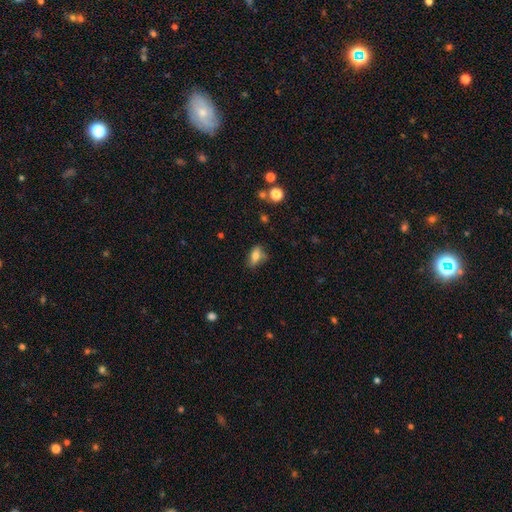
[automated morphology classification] type=smooth (72%); roundness=in between (82%); merging=none (59%).